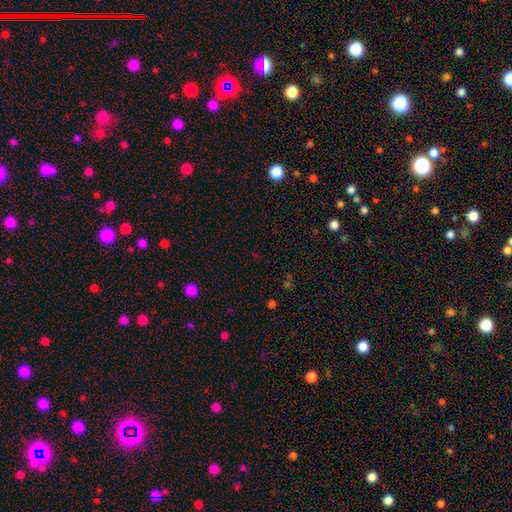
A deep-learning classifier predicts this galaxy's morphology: This appears to be a star or artifact, not a galaxy (62%).